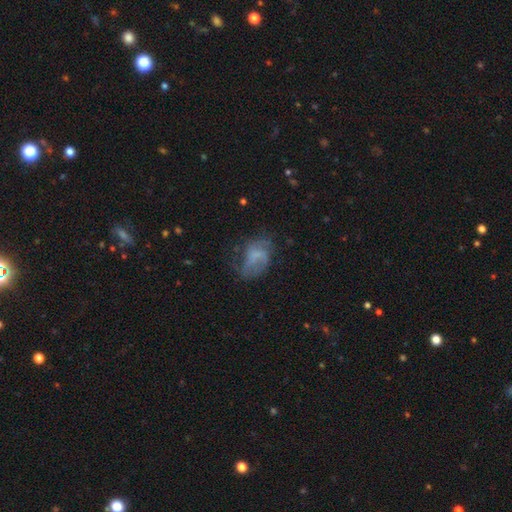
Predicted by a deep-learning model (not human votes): smooth_or_featured: featured or disk (p=0.47) [alt: smooth p=0.41]
merging: none (p=0.39) [alt: major disturbance p=0.32]